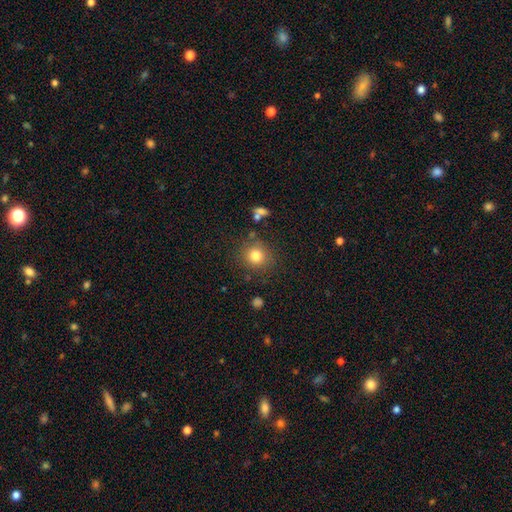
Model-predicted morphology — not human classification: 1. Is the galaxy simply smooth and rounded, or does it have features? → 80% smooth, 13% star or artifact, 8% featured or disk.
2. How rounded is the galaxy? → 88% round, 11% in between, 1% cigar-shaped.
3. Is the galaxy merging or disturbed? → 83% none, 10% minor disturbance, 4% merger, 4% major disturbance.